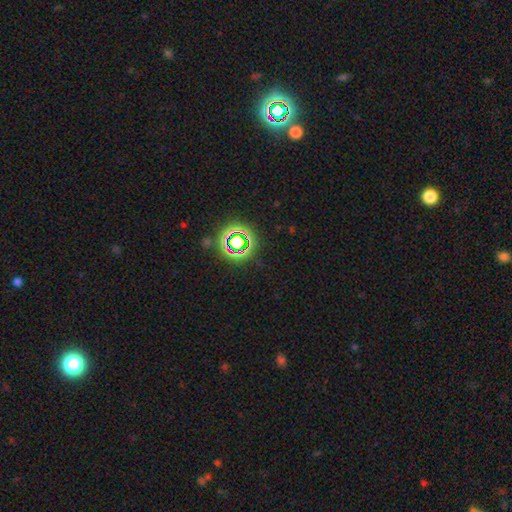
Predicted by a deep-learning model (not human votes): Smooth or featured: star or artifact — 75% (smooth — 18%)